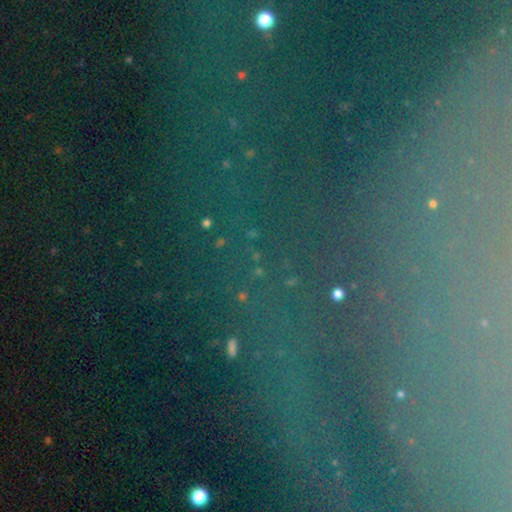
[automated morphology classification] type=star or artifact (71%).